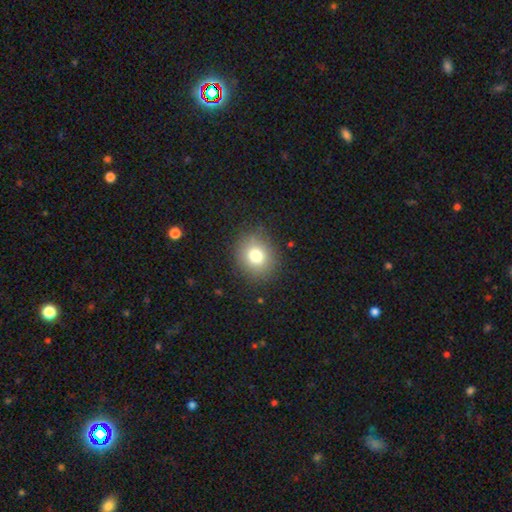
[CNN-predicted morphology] Smooth or featured? Predicted: smooth (p=0.78). How rounded? Predicted: round (p=0.76). Merging? Predicted: none (p=0.86).